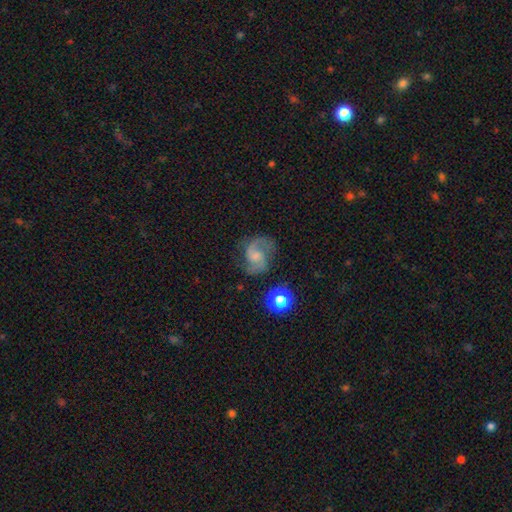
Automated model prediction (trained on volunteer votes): This appears to be a featured or disk galaxy (79%) with no bar (50%), 2 (89%) medium (52%) spiral arms (96%) and a small central bulge (39%). Merging: none (68%).